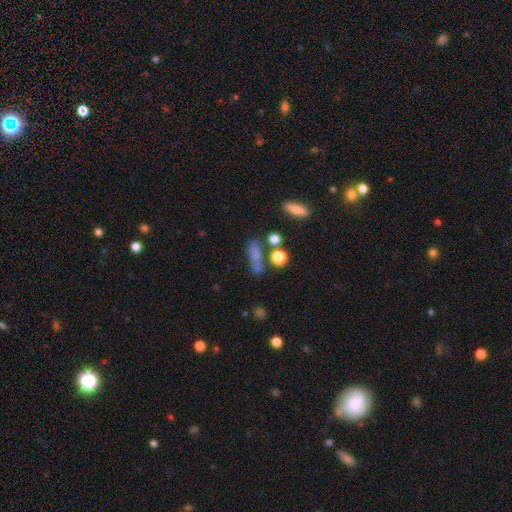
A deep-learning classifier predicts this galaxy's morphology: A smooth galaxy with no disk features (67%) that is cigar-shaped (44%).

Vote fractions:
- Smooth or featured? smooth: 67% / star or artifact: 18% / featured or disk: 16%
- How rounded? cigar-shaped: 44% / in between: 40% / round: 16%
- Merging? none: 54% / minor disturbance: 18% / merger: 17% / major disturbance: 10%